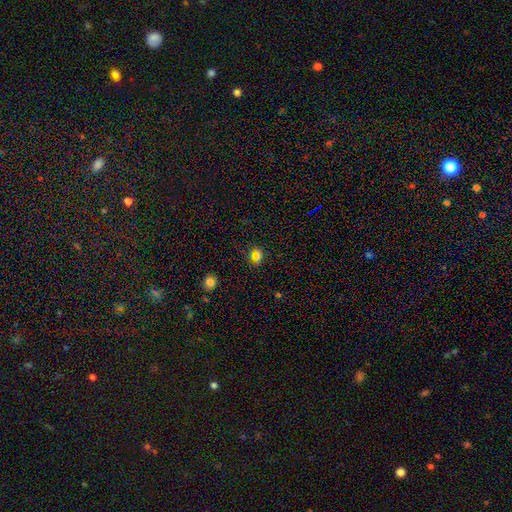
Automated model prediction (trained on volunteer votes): A smooth galaxy with no disk features (66%) that is round (57%). Merging: none (74%).